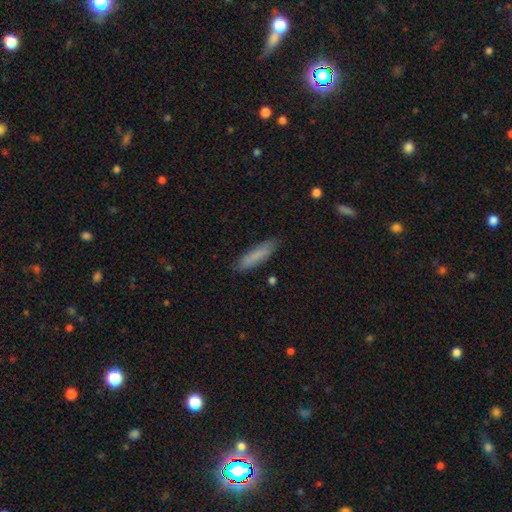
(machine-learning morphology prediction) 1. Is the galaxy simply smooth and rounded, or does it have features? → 80% smooth, 13% featured or disk, 7% star or artifact.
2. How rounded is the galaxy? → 76% cigar-shaped, 23% in between, 1% round.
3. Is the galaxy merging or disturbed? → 83% none, 13% minor disturbance, 3% major disturbance, 1% merger.